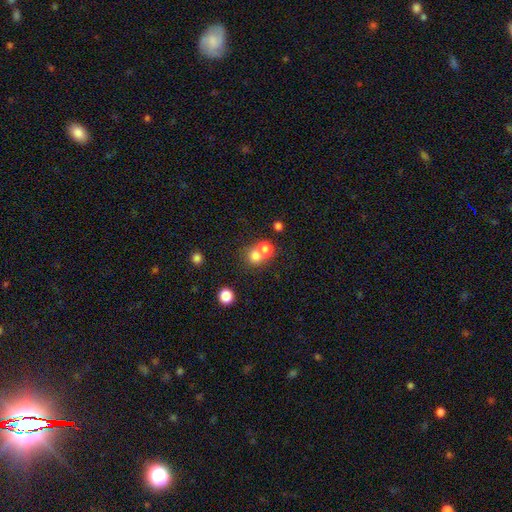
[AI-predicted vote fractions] Q: Smooth or featured?
A: smooth (75%); runner-up: star or artifact (13%)
Q: How rounded?
A: round (82%); runner-up: in between (17%)
Q: Merging?
A: merger (52%); runner-up: none (40%)